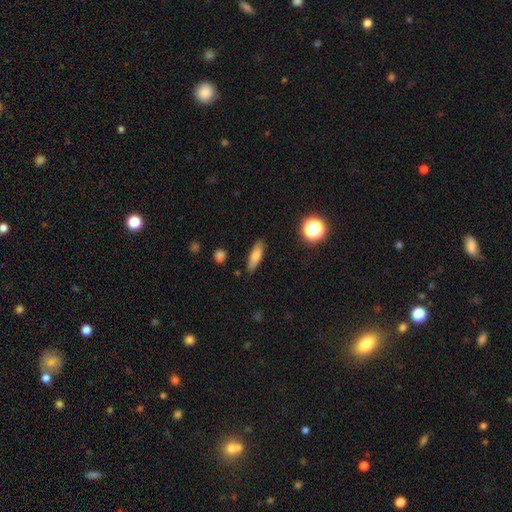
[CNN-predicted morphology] A smooth galaxy with no disk features (74%) that is cigar-shaped (53%).

Vote fractions:
- Smooth or featured? smooth: 74% / featured or disk: 16% / star or artifact: 9%
- How rounded? cigar-shaped: 53% / in between: 43% / round: 4%
- Merging? none: 86% / minor disturbance: 10% / major disturbance: 2% / merger: 2%